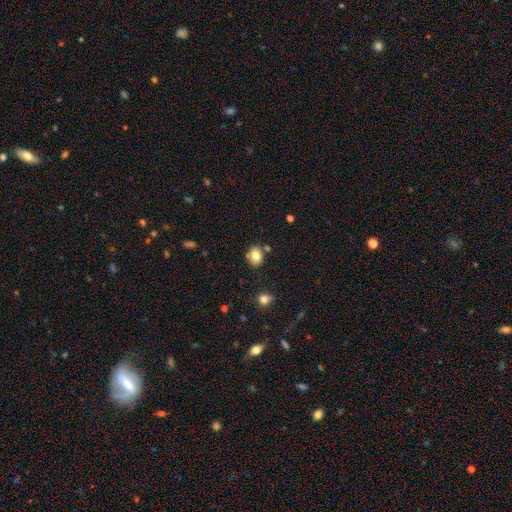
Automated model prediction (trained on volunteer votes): This appears to be a smooth galaxy with no disk features (79%) that is round (51%). Merging: none (75%).